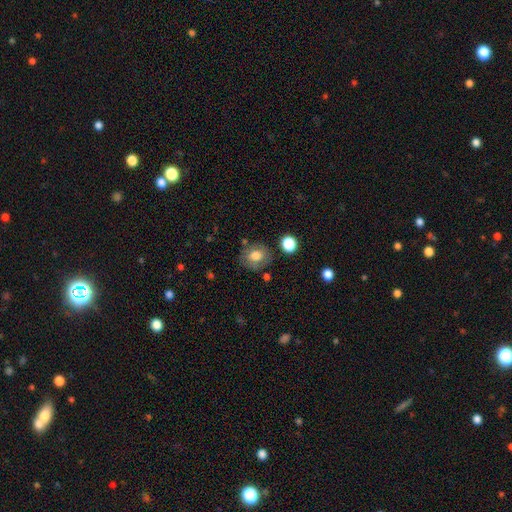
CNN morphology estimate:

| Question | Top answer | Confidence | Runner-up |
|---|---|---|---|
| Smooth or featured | smooth | 73% | featured or disk (18%) |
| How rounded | round | 72% | in between (27%) |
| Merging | none | 74% | minor disturbance (16%) |